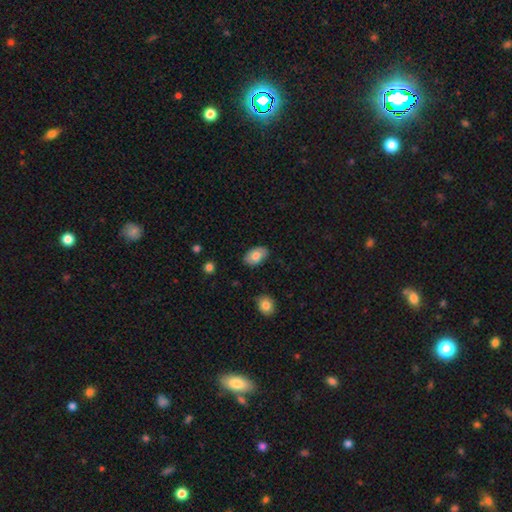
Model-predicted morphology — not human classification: Smooth or featured: smooth — 78% (featured or disk — 15%)
How rounded: in between — 92% (round — 7%)
Merging: none — 83% (minor disturbance — 14%)